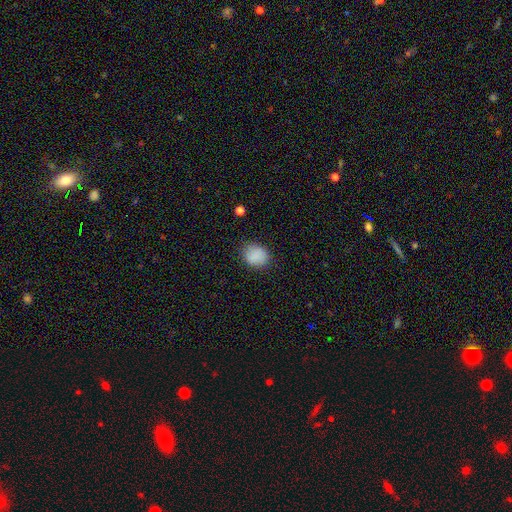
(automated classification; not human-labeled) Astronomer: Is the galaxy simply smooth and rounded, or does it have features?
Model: smooth — 87%.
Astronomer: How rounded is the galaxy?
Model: round — 57% (runner-up: in between, 42%).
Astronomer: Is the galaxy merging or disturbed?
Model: none — 81%.